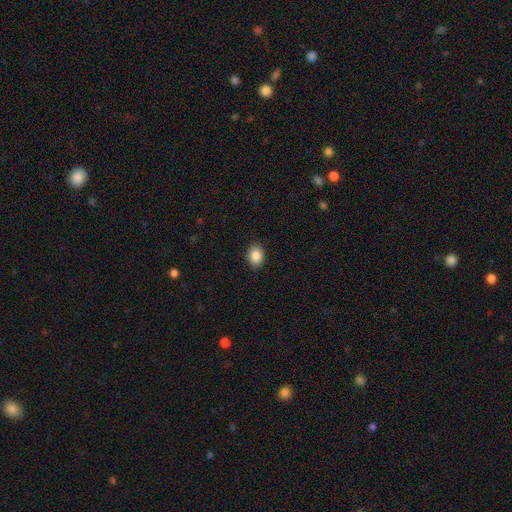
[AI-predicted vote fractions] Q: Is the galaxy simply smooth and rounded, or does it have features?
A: smooth — 88%.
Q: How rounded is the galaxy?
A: in between — 70%.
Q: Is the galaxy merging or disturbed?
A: none — 89%.